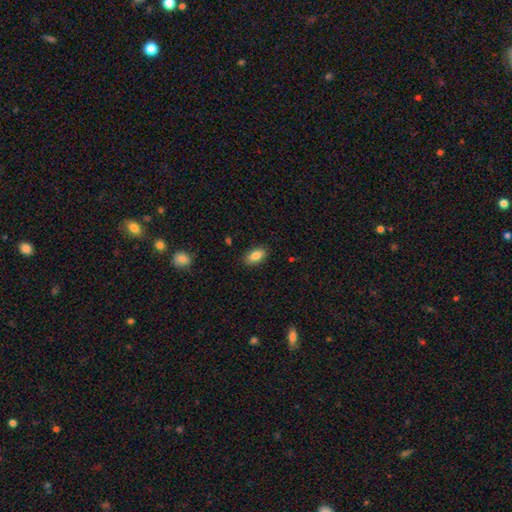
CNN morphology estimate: The model was most divided on "smooth or featured": smooth: 83%, featured or disk: 9%, star or artifact: 7%. More confident: how rounded — in between (90%); merging — none (87%).